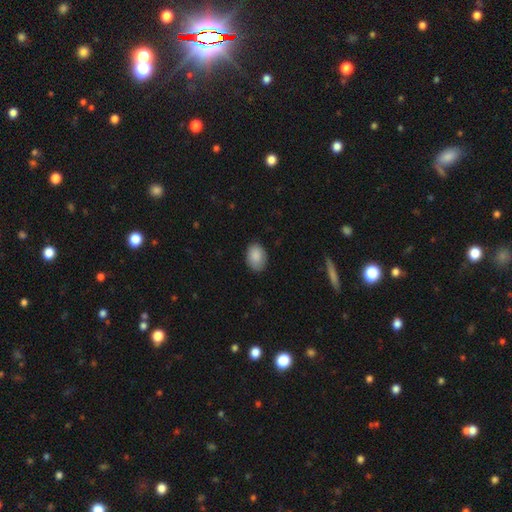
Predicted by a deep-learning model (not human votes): This is clearly a smooth galaxy (88%). How rounded: clearly in between (80%). Merging: clearly none (83%).